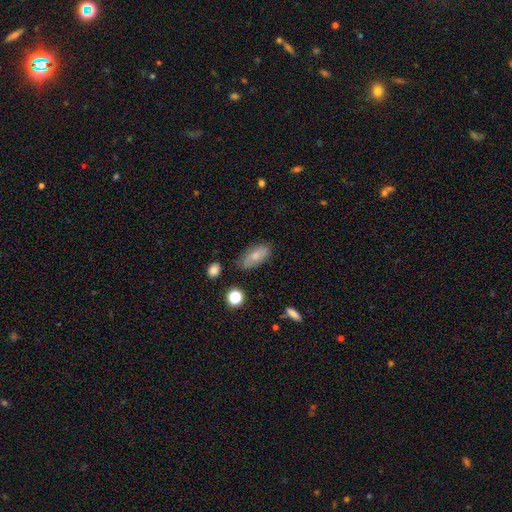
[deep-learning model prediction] smooth_or_featured: smooth (p=0.72) [alt: featured or disk p=0.19]
how_rounded: in between (p=0.86) [alt: cigar-shaped p=0.10]
merging: none (p=0.76) [alt: minor disturbance p=0.18]